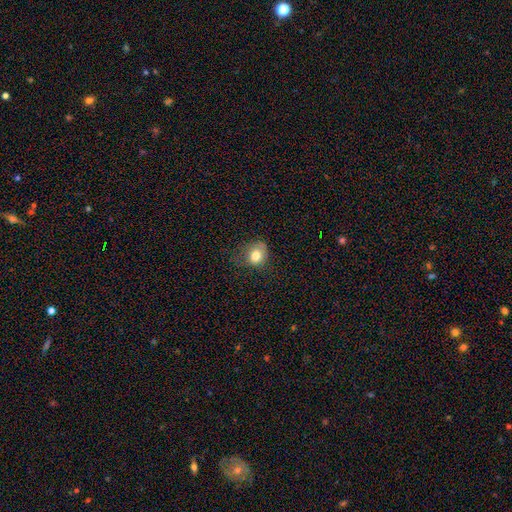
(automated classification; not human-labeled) A smooth galaxy with no disk features (78%) that is round (63%). Merging: none (45%).